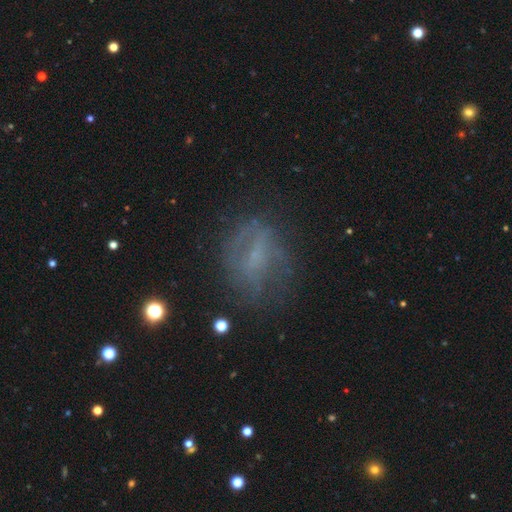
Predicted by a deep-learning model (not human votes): Q: Smooth or featured?
A: featured or disk (46%); runner-up: smooth (35%)
Q: Merging?
A: none (57%); runner-up: minor disturbance (22%)